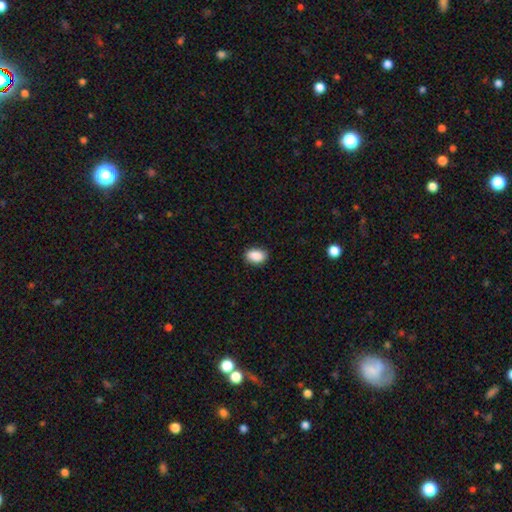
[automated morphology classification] Smooth or featured? Predicted: smooth (p=0.89). How rounded? Predicted: in between (p=0.87). Merging? Predicted: none (p=0.86).